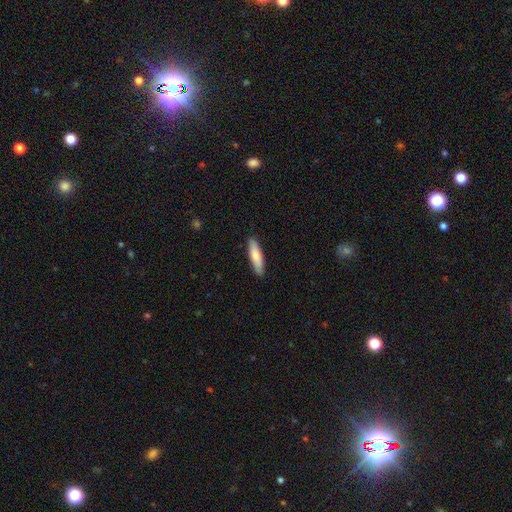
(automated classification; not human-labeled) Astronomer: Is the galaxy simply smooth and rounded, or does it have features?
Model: smooth — 77%.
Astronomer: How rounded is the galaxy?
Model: cigar-shaped — 69%.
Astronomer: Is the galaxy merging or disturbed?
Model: none — 90%.